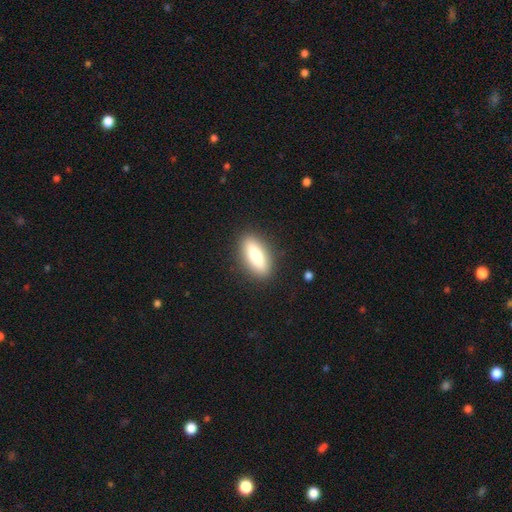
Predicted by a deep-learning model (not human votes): The model was most divided on "how rounded": in between: 68%, cigar-shaped: 29%, round: 3%. More confident: merging — none (88%); smooth or featured — smooth (71%).